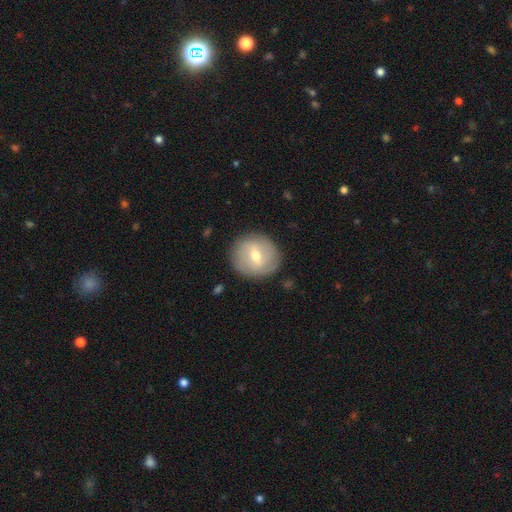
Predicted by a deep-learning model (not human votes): Smooth or featured? Predicted: smooth (p=0.50). Merging? Predicted: none (p=0.86).